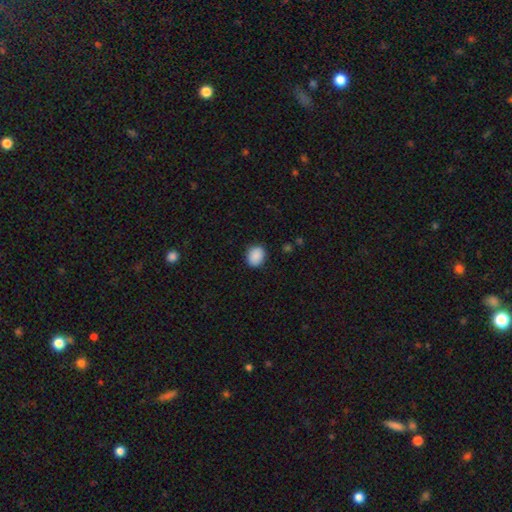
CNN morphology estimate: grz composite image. It shows a smooth galaxy with no disk features (90%) that is round (57%). Merging: none (87%).